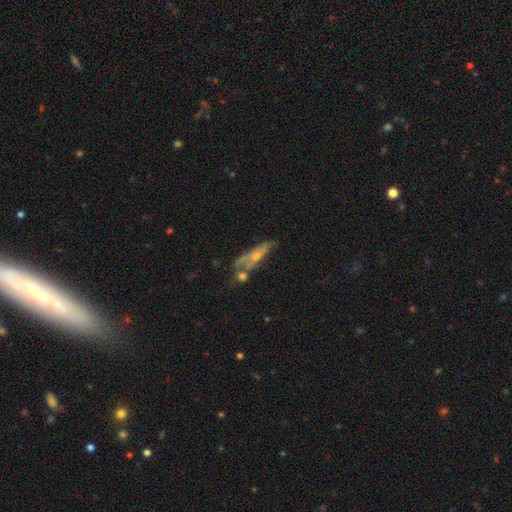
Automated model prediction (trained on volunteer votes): smooth-or-featured: featured or disk: 58% | smooth: 31% | star or artifact: 11%
  disk-edge-on: no: 53% | yes: 47%
  merging: none: 42% | merger: 22% | minor disturbance: 21% | major disturbance: 15%